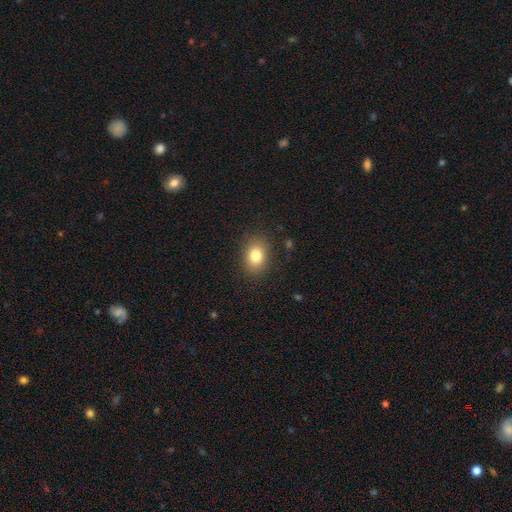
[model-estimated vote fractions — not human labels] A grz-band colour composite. It shows a smooth galaxy with no disk features (80%) that is in between round and cigar-shaped (62%). Merging: none (86%).